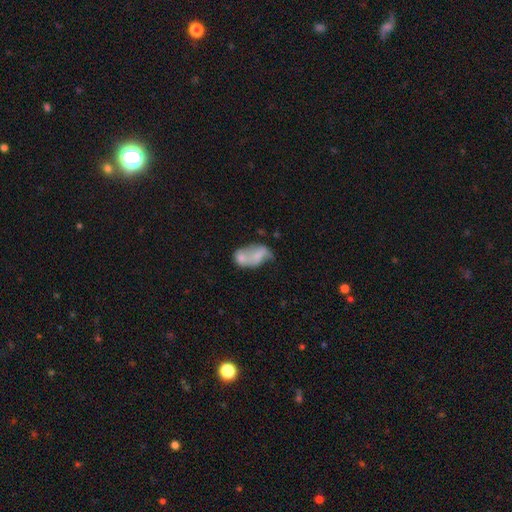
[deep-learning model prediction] smooth_or_featured: smooth (p=0.51) [alt: featured or disk p=0.40]
how_rounded: in between (p=0.86) [alt: round p=0.11]
merging: merger (p=0.55) [alt: none p=0.17]